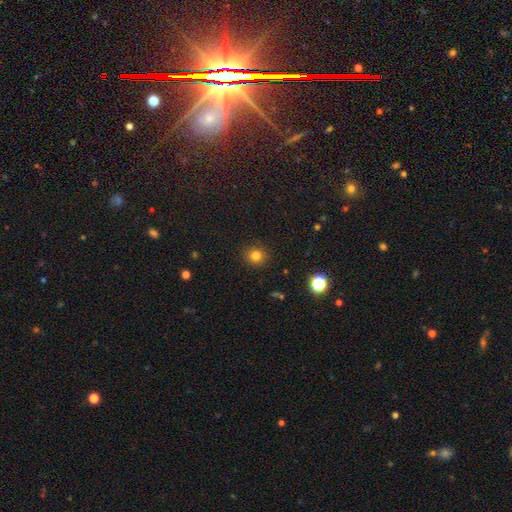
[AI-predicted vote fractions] smooth 80%, star or artifact 15%, featured or disk 6%. Down the decision tree: how rounded — round (88%); merging — none (89%).